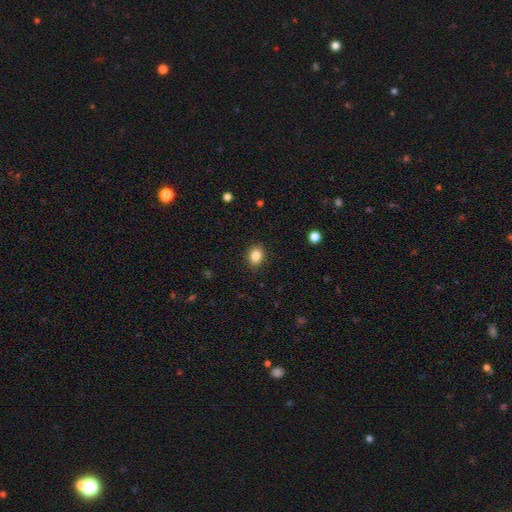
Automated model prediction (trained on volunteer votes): A smooth galaxy with no disk features (85%) that is round (53%). Merging: none (90%).